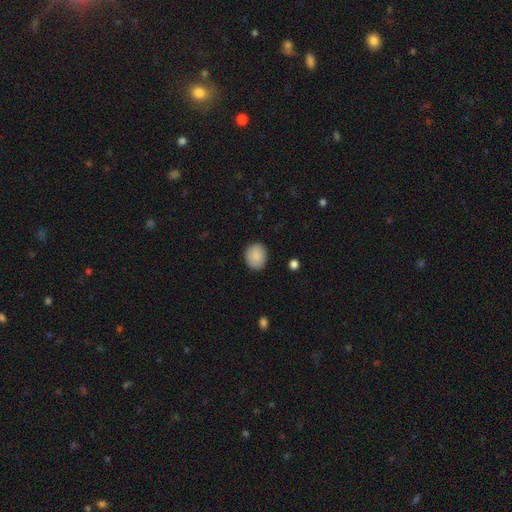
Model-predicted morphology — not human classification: Smooth or featured: smooth — 87% (star or artifact — 7%)
How rounded: round — 67% (in between — 32%)
Merging: none — 86% (minor disturbance — 10%)